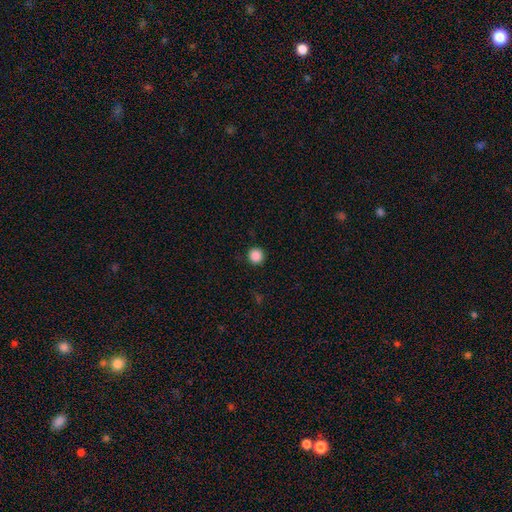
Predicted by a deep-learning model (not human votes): smooth_or_featured: smooth (p=0.88) [alt: star or artifact p=0.10]
how_rounded: round (p=0.96) [alt: in between p=0.03]
merging: none (p=0.93) [alt: minor disturbance p=0.05]